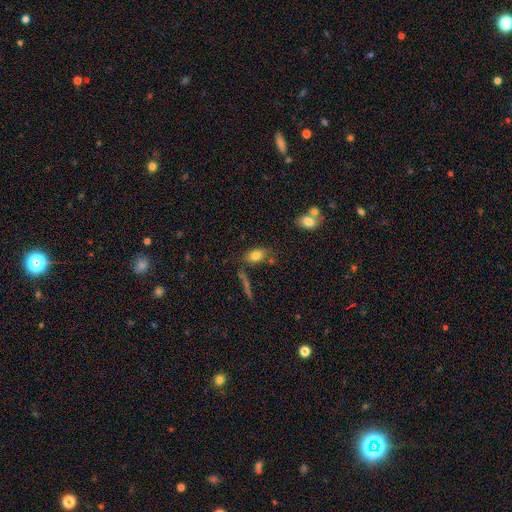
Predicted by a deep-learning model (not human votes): Smooth or featured: smooth — 79% (featured or disk — 12%)
How rounded: in between — 82% (round — 13%)
Merging: none — 69% (minor disturbance — 17%)